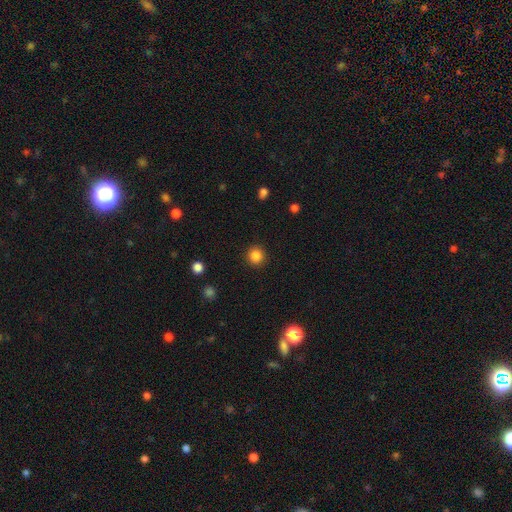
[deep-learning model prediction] Smooth or featured? Predicted: smooth (p=0.85). How rounded? Predicted: round (p=0.92). Merging? Predicted: none (p=0.91).